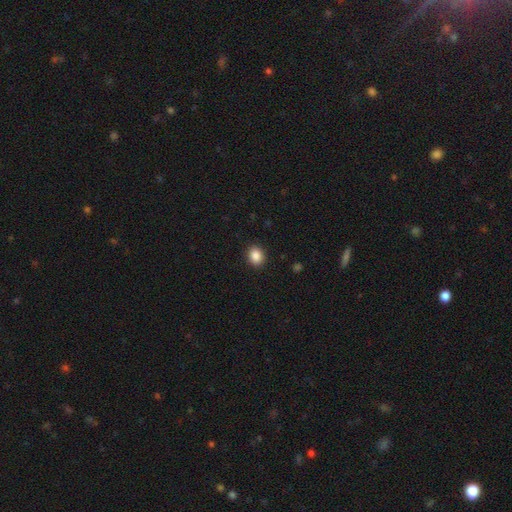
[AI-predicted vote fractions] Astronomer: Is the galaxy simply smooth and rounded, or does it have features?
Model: smooth — 88%.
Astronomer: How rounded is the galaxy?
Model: in between — 52% (runner-up: round, 47%).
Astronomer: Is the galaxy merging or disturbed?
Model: none — 91%.